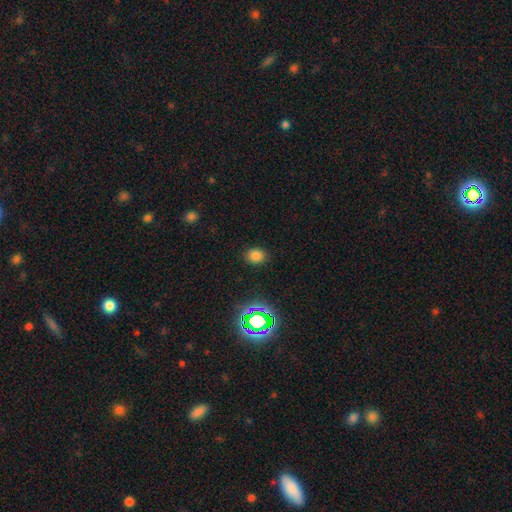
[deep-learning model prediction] Morphology: type=smooth (76%); roundness=round (55%); merging=none (87%).